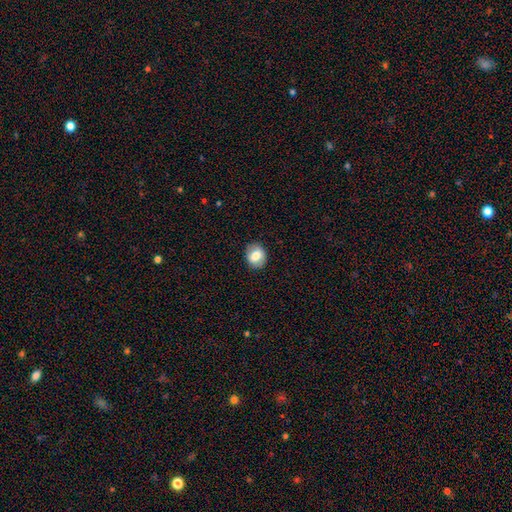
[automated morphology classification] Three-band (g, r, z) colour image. It shows a smooth galaxy with no disk features (73%) that is round (58%). Merging: none (87%).